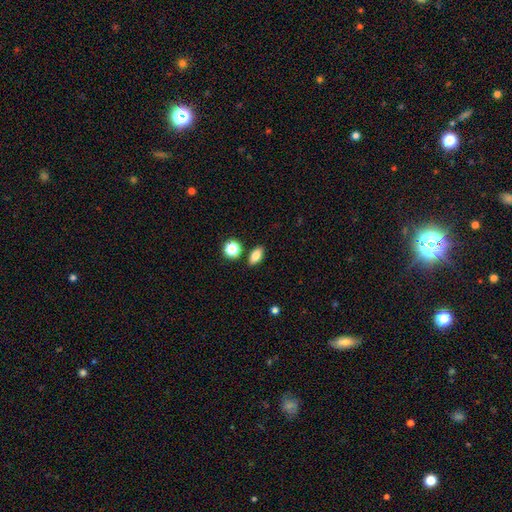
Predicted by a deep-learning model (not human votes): This appears to be a smooth galaxy with no disk features (81%) that is in between round and cigar-shaped (83%). Merging: none (84%).